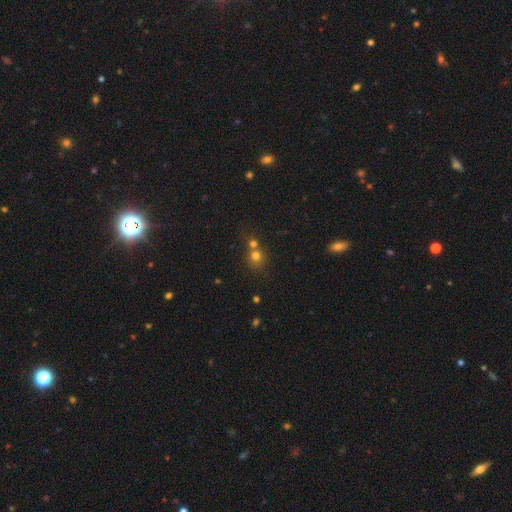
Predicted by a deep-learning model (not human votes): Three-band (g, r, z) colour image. It shows a smooth galaxy with no disk features (72%) that is round (84%). Merging: none (45%, tied with merger).